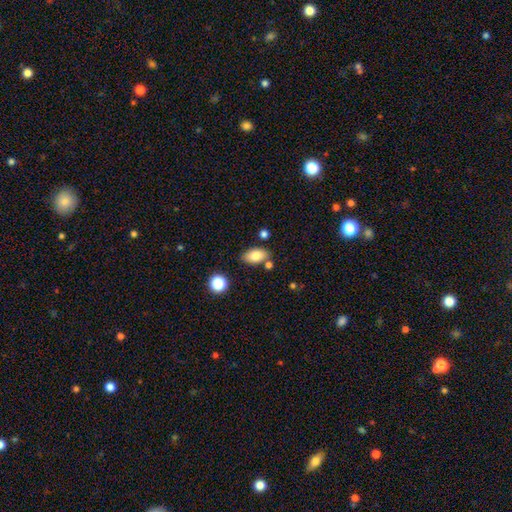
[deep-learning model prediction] Smooth or featured: smooth — 83% (featured or disk — 9%)
How rounded: in between — 90% (round — 7%)
Merging: none — 76% (minor disturbance — 13%)